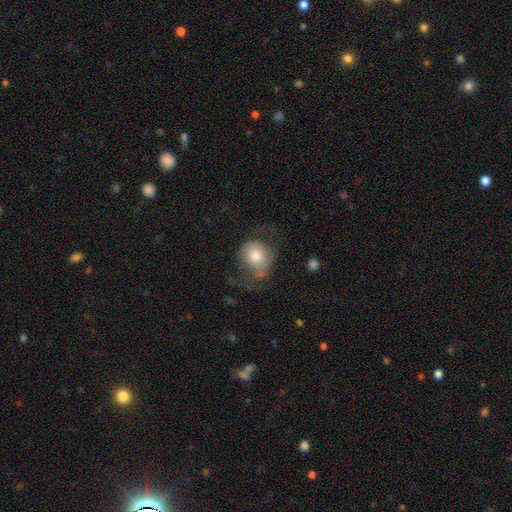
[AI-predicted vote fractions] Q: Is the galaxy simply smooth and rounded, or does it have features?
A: smooth — 62%.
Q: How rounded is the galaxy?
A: round — 67%.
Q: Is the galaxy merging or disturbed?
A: none — 44%.